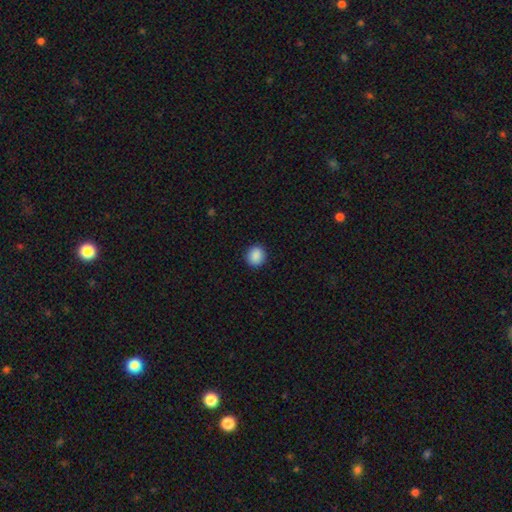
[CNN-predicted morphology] This is clearly a smooth galaxy (89%). How rounded: clearly round (82%). Merging: clearly none (91%).